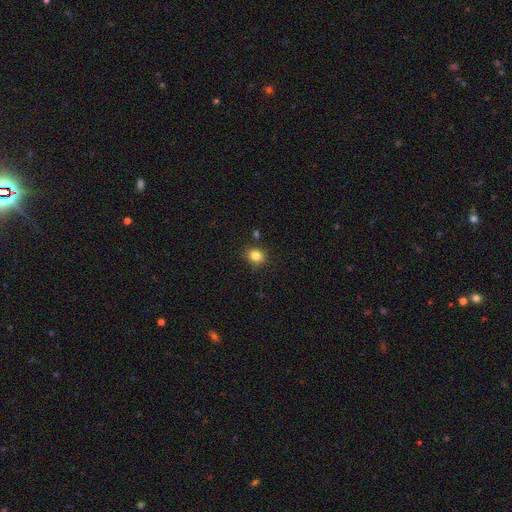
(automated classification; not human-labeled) smooth_or_featured: smooth (p=0.83) [alt: star or artifact p=0.11]
how_rounded: round (p=0.64) [alt: in between p=0.35]
merging: none (p=0.84) [alt: minor disturbance p=0.10]